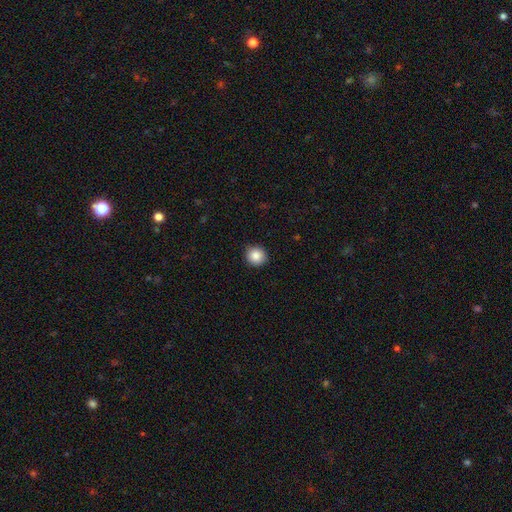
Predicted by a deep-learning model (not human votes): Smooth or featured? smooth (87%)
How rounded? round (91%)
Merging? none (86%)